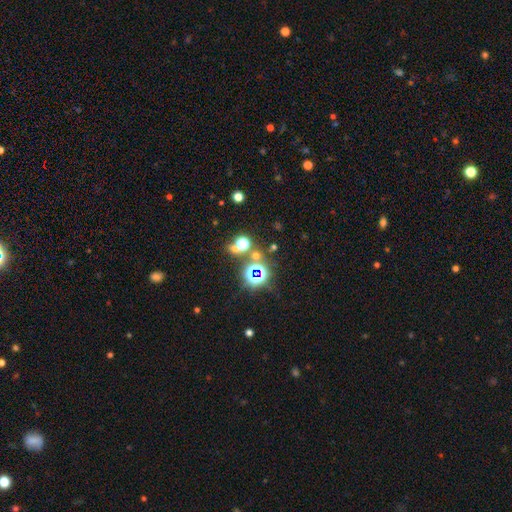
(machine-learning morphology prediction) Smooth or featured? Predicted: star or artifact (p=0.58).